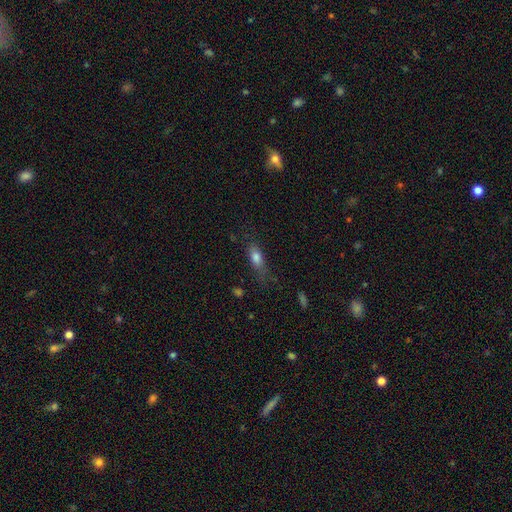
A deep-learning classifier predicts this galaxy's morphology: smooth 77%, featured or disk 14%, star or artifact 9%. Down the decision tree: how rounded — in between (69%); merging — none (56%).